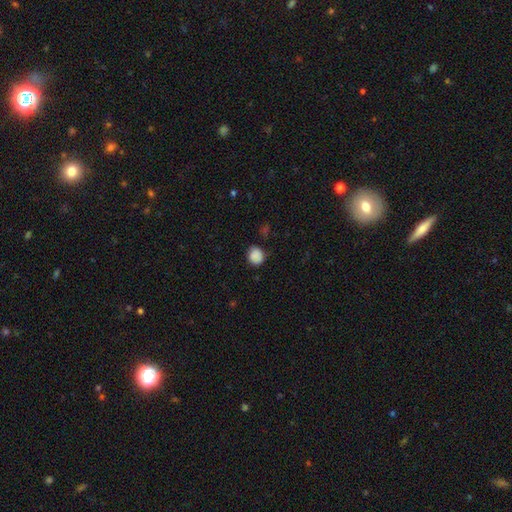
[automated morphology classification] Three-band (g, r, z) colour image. It shows a smooth galaxy with no disk features (86%) that is round (75%). Merging: none (76%).